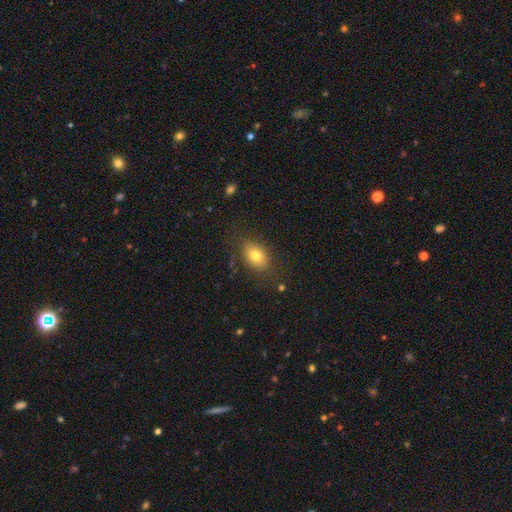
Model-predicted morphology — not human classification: A smooth galaxy with no disk features (78%) that is in between round and cigar-shaped (76%).

Vote fractions:
- Smooth or featured? smooth: 78% / featured or disk: 12% / star or artifact: 10%
- How rounded? in between: 76% / round: 22% / cigar-shaped: 1%
- Merging? none: 79% / minor disturbance: 14% / major disturbance: 5% / merger: 2%